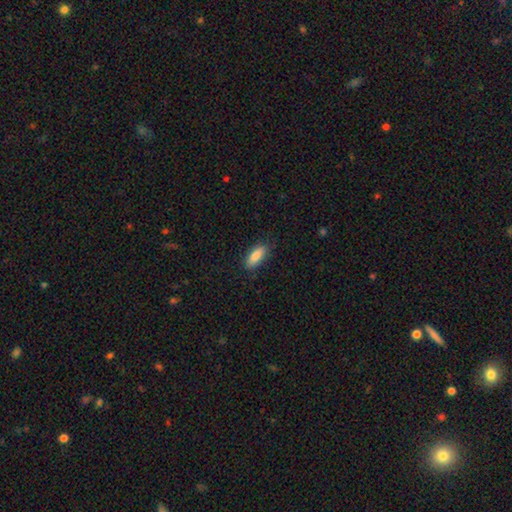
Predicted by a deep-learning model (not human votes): Smooth or featured: smooth — 86% (featured or disk — 8%)
How rounded: in between — 77% (cigar-shaped — 21%)
Merging: none — 84% (minor disturbance — 12%)